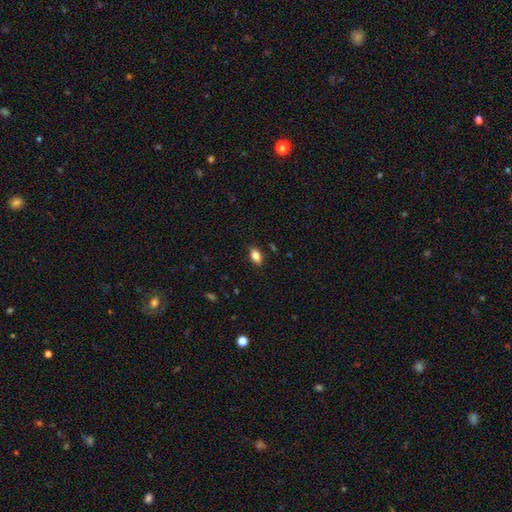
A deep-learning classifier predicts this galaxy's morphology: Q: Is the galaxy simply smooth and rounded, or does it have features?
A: smooth — 84%.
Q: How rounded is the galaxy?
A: in between — 88%.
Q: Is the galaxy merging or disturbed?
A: none — 87%.